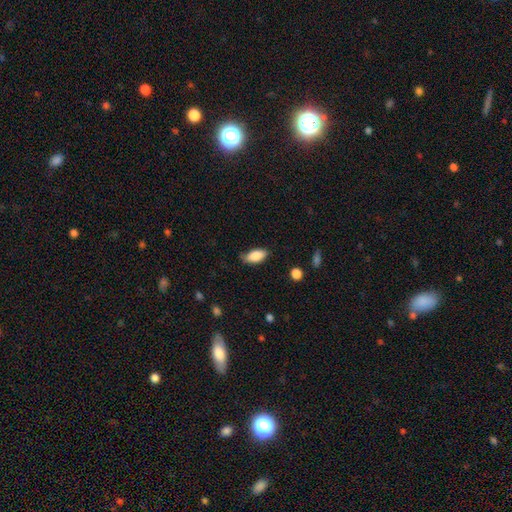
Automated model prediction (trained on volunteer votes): Morphology: type=smooth (86%); roundness=in between (90%); merging=none (71%).